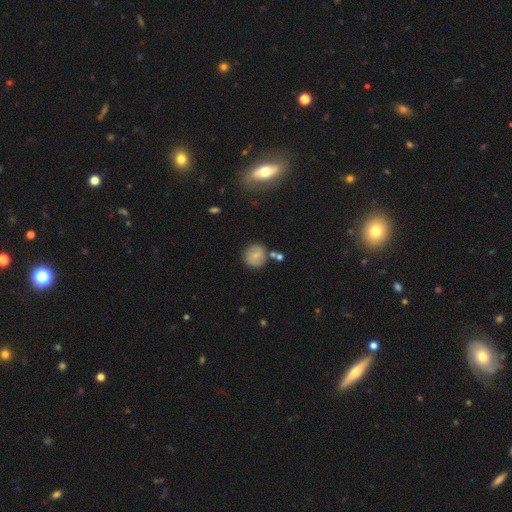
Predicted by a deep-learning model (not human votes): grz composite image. It shows a smooth galaxy with no disk features (67%) that is round (89%). Merging: none (76%).